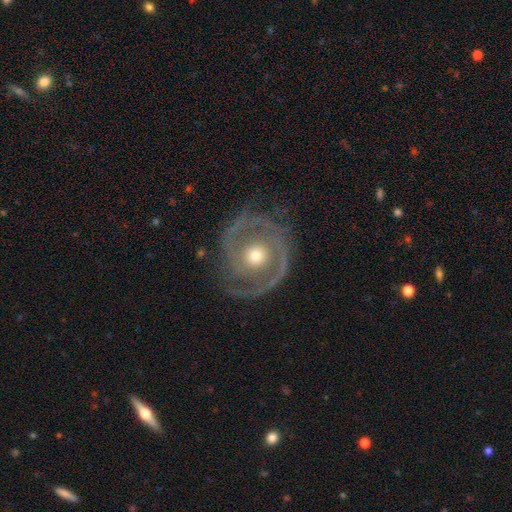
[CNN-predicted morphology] Smooth or featured? Predicted: featured or disk (p=0.87). Edge-on disk? Predicted: no (p=0.97). Bar? Predicted: no (p=0.76). Spiral arms? Predicted: yes (p=0.92). Spiral winding? Predicted: tight (p=0.52). Spiral arm count? Predicted: 2 (p=0.74). Bulge size? Predicted: moderate (p=0.70). Merging? Predicted: none (p=0.76).